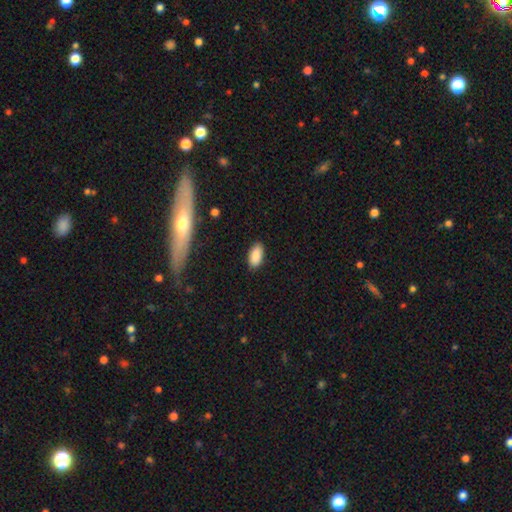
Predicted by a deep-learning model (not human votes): smooth 87%, star or artifact 7%, featured or disk 6%. Down the decision tree: how rounded — in between (93%); merging — none (87%).